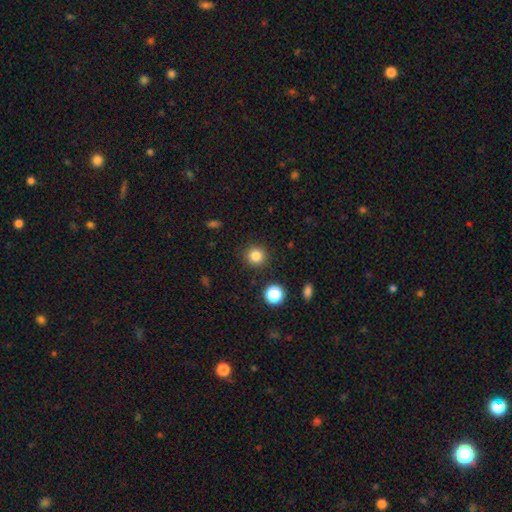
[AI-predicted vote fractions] Overall: smooth (83%). How rounded: round (93%). Merging: none (90%).